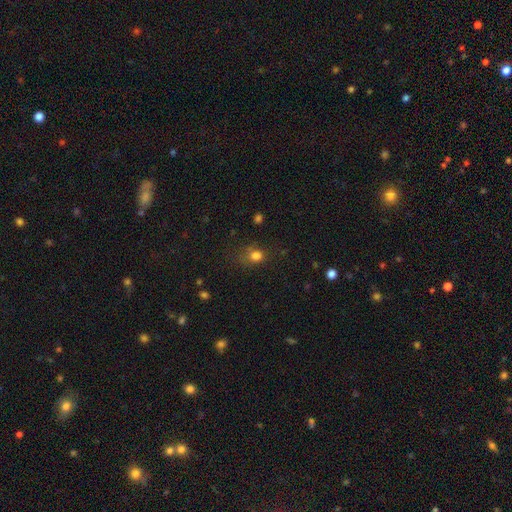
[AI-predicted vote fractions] smooth-or-featured: smooth: 78% | star or artifact: 15% | featured or disk: 7%
  how-rounded: round: 55% | in between: 43% | cigar-shaped: 1%
  merging: none: 56% | minor disturbance: 24% | major disturbance: 14% | merger: 6%